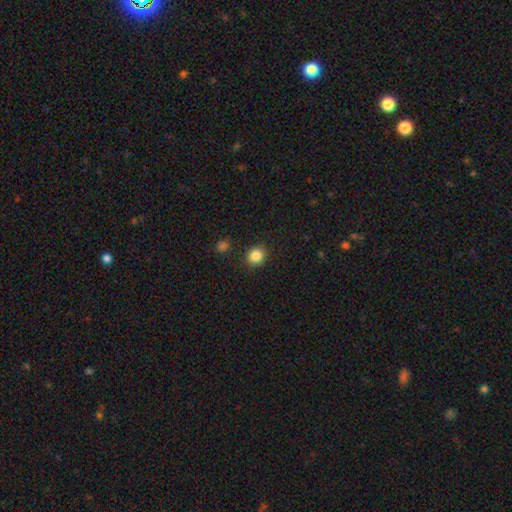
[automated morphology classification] Smooth or featured: smooth — 85% (star or artifact — 11%)
How rounded: round — 82% (in between — 17%)
Merging: none — 90% (minor disturbance — 6%)